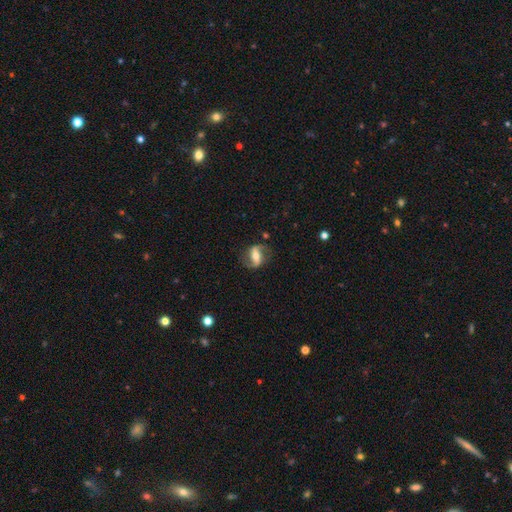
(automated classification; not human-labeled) Overall: featured or disk (75%). Edge-on disk: no (93%). Bar: strong (53%; weak 28%). Spiral arms: yes (87%). Spiral arm count: 2 (90%). Spiral winding: loose (54%; medium 33%). Bulge size: moderate (60%; small 26%). Merging: none (75%).